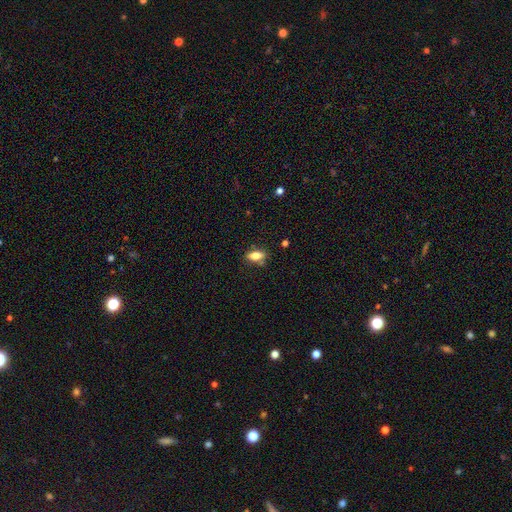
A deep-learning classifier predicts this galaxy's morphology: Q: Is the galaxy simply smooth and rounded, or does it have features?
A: smooth — 74%.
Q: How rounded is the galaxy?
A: in between — 82%.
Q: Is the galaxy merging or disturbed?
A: none — 75%.